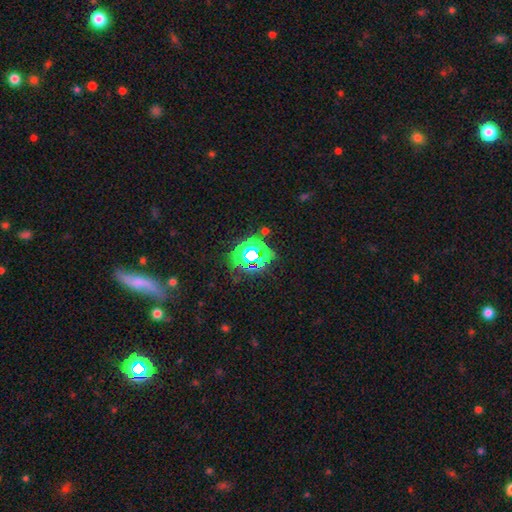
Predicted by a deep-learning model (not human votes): This appears to be a star or artifact, not a galaxy (71%).